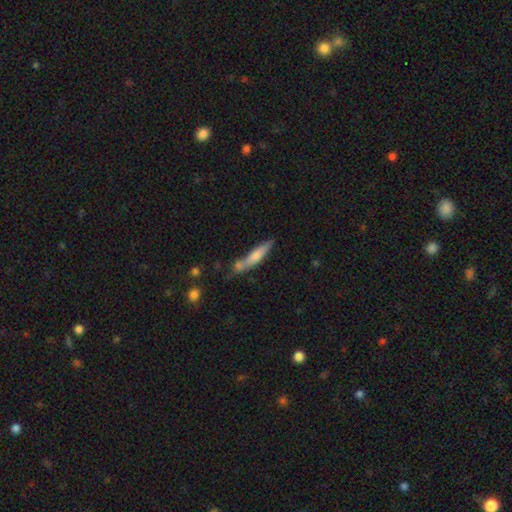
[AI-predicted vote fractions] Smooth or featured? Predicted: smooth (p=0.65). How rounded? Predicted: cigar-shaped (p=0.86). Merging? Predicted: none (p=0.54).